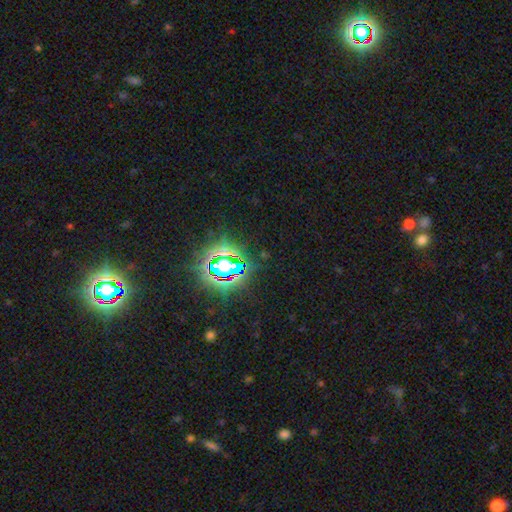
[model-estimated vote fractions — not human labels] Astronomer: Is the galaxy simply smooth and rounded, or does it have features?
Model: star or artifact — 81%.